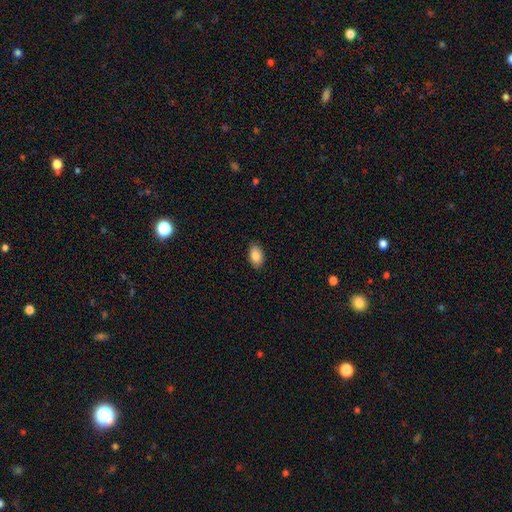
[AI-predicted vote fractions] This appears to be a smooth galaxy with no disk features (87%) that is in between round and cigar-shaped (91%). Merging: none (86%).